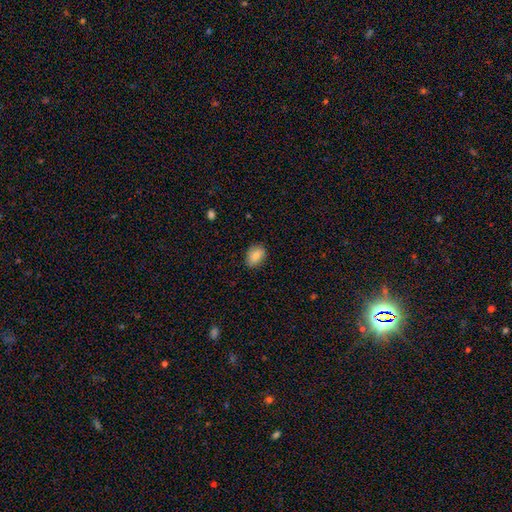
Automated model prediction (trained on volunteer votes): Q: Smooth or featured?
A: smooth (82%); runner-up: featured or disk (10%)
Q: How rounded?
A: in between (76%); runner-up: round (22%)
Q: Merging?
A: none (82%); runner-up: minor disturbance (14%)